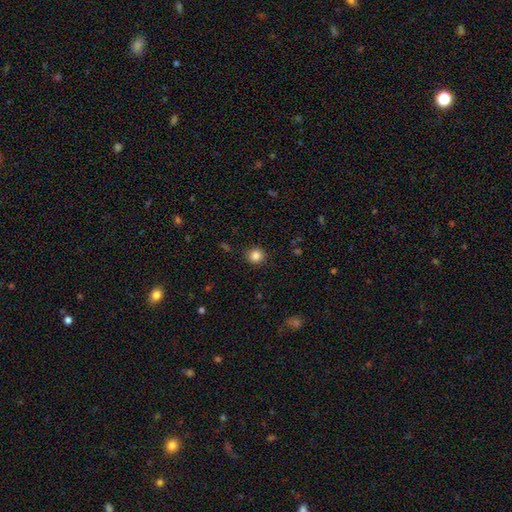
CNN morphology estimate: smooth 85%, star or artifact 11%, featured or disk 4%. Down the decision tree: how rounded — round (92%); merging — none (89%).